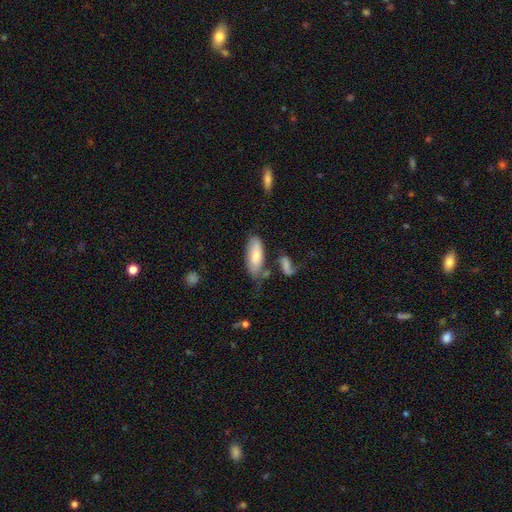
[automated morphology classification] Smooth or featured? smooth (74%)
How rounded? in between (80%)
Merging? none (56%)